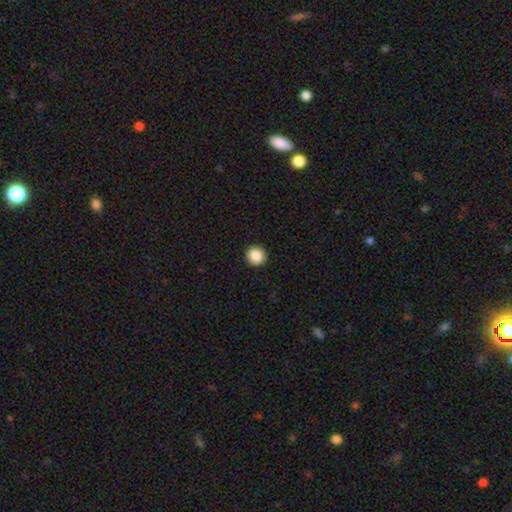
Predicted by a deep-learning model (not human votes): This appears to be a smooth galaxy with no disk features (88%) that is round (95%). Merging: none (93%).